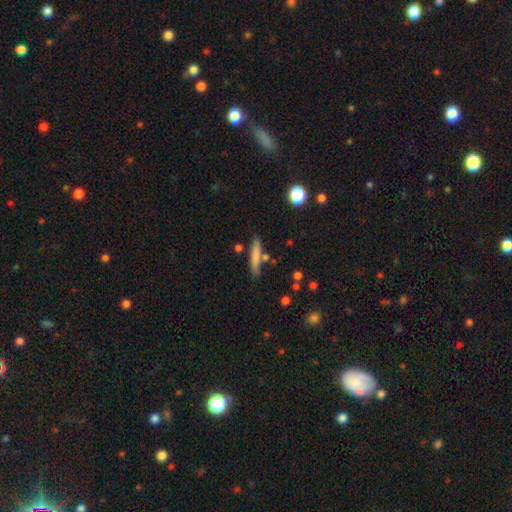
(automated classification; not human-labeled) Smooth or featured? smooth (71%)
How rounded? cigar-shaped (89%)
Merging? none (76%)